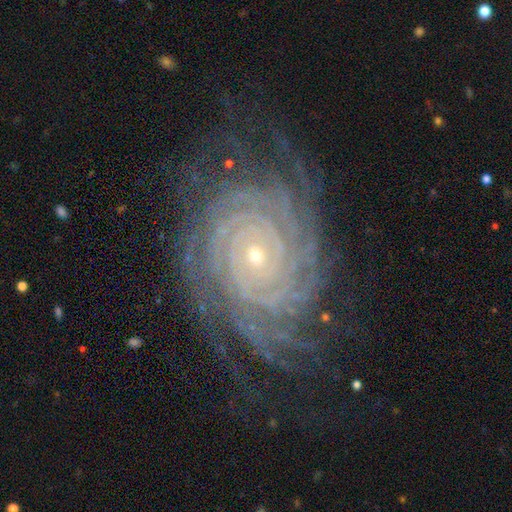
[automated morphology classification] A featured or disk galaxy (91%) with no bar (72%), more than 4 (31%) tight (89%) spiral arms (99%) and a small central bulge (78%).

Vote fractions:
- Smooth or featured? featured or disk: 91% / star or artifact: 5% / smooth: 3%
- Edge-on disk? no: 97% / yes: 3%
- Bar? no: 72% / weak: 18% / strong: 11%
- Spiral arms? yes: 99% / no: 1%
- Spiral winding? tight: 89% / medium: 9% / loose: 2%
- Spiral arm count? more than 4: 31% / 4: 18% / can't tell: 17% / 2: 12% / 3: 12% / 1: 9%
- Bulge size? small: 78% / moderate: 19% / large: 1% / none: 1% / dominant: 1%
- Merging? none: 77% / minor disturbance: 15% / major disturbance: 7% / merger: 1%